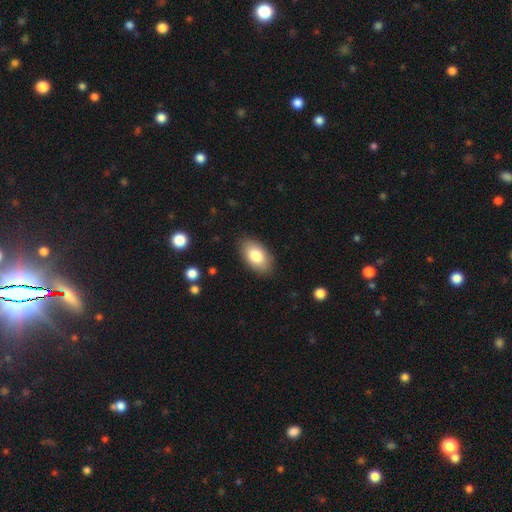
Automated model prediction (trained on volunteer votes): smooth 81%, featured or disk 12%, star or artifact 7%. Down the decision tree: how rounded — in between (93%); merging — none (86%).